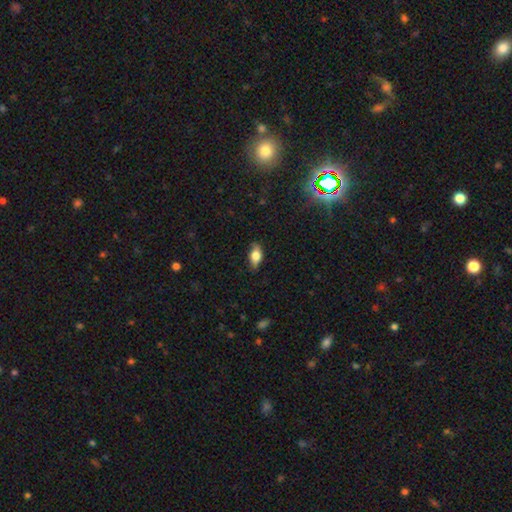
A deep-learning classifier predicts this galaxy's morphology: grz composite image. It shows a smooth galaxy with no disk features (73%) that is in between round and cigar-shaped (85%). Merging: none (80%).